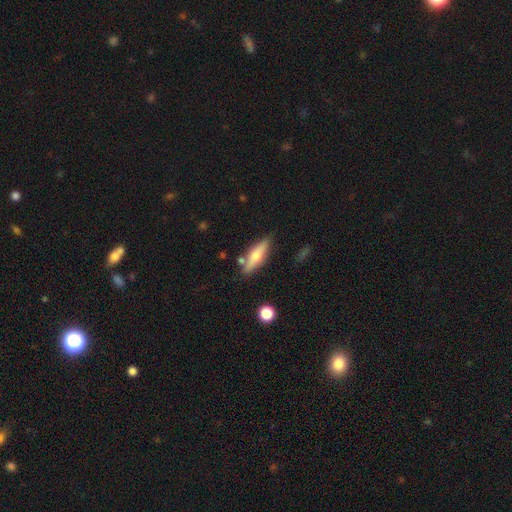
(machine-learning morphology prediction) Smooth or featured? smooth (52%)
How rounded? cigar-shaped (61%)
Merging? none (75%)